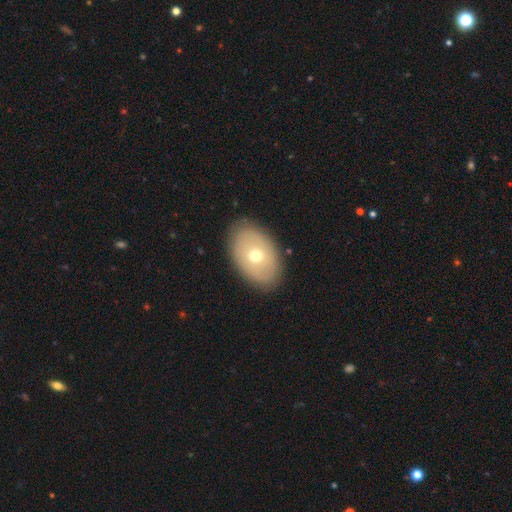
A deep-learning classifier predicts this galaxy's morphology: smooth_or_featured: smooth (p=0.59) [alt: featured or disk p=0.33]
how_rounded: in between (p=0.86) [alt: round p=0.12]
merging: none (p=0.87) [alt: minor disturbance p=0.09]